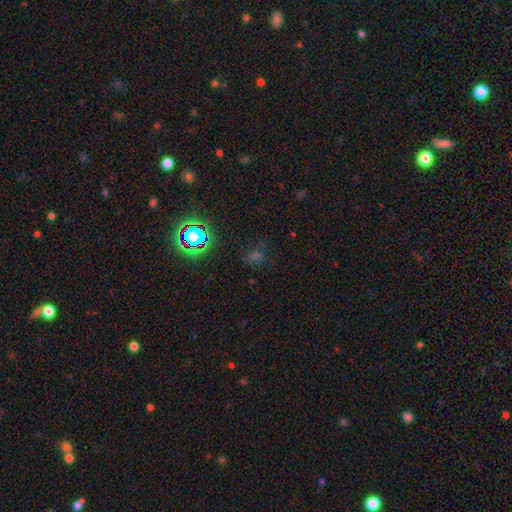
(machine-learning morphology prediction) This appears to be a star or artifact, not a galaxy (56%).